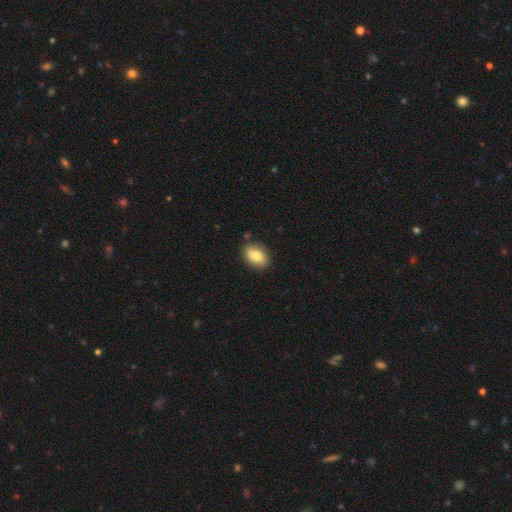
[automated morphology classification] Overall: smooth (79%). How rounded: in between (87%). Merging: none (83%).